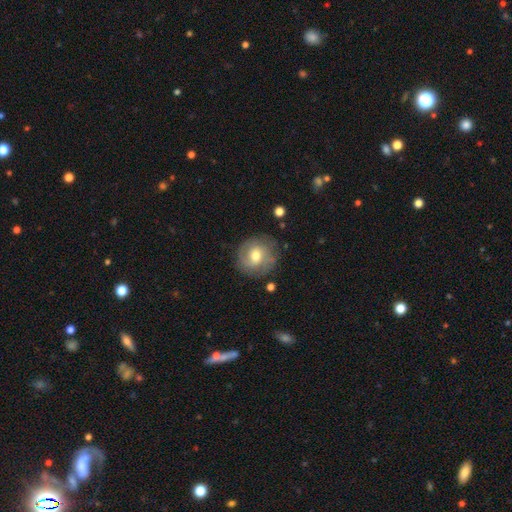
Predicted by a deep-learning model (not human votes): smooth 49%, featured or disk 42%, star or artifact 8%. Down the decision tree: merging — none (78%).